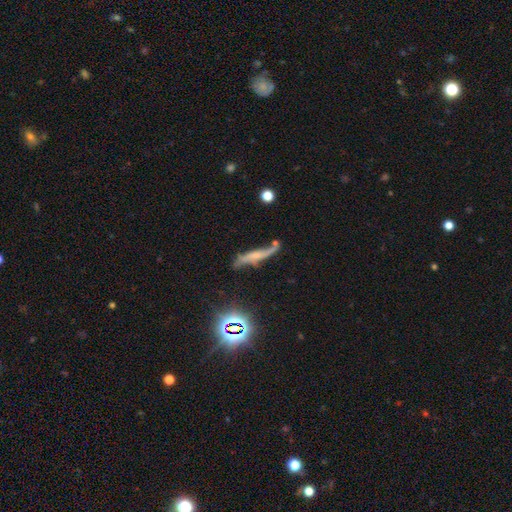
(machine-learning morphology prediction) Overall: featured or disk (60%; smooth 25%). Edge-on disk: yes (51%; no 49%). Merging: none (50%; minor disturbance 26%).